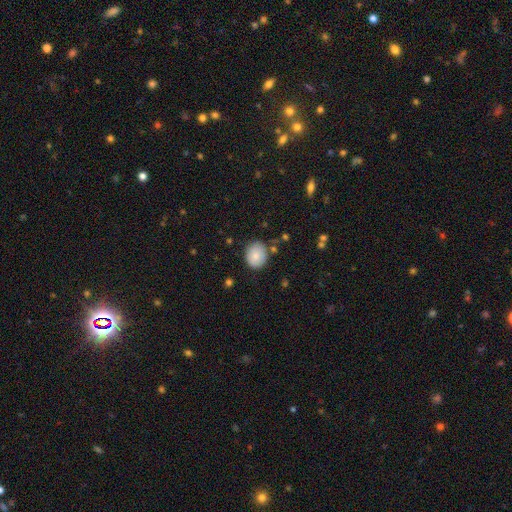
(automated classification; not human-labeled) This appears to be a smooth galaxy with no disk features (83%) that is round (59%). Merging: none (78%).